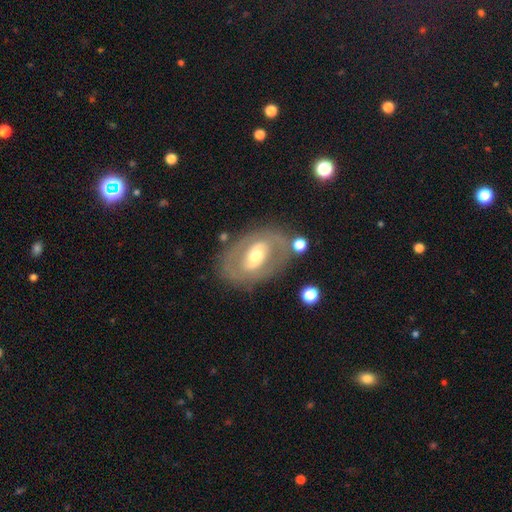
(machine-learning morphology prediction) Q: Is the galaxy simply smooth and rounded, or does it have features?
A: featured or disk — 68%.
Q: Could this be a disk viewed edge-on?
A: no — 93%.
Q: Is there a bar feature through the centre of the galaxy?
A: no — 42%.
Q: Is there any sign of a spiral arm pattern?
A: no — 61%.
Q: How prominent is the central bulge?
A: moderate — 66%.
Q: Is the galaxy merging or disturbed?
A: none — 72%.